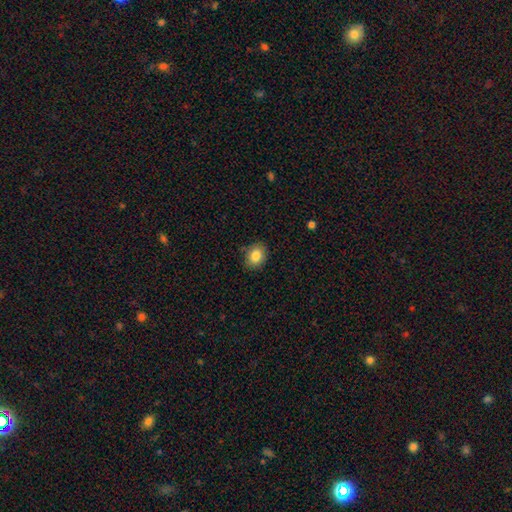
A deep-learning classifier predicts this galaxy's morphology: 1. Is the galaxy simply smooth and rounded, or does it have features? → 84% smooth, 9% star or artifact, 7% featured or disk.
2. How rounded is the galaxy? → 53% round, 46% in between, 1% cigar-shaped.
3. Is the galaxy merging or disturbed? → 86% none, 10% minor disturbance, 2% major disturbance, 1% merger.